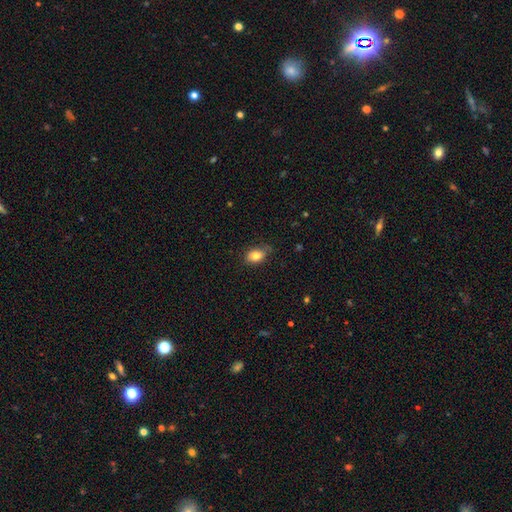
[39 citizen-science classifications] Smooth or featured?
  - smooth: 79% *
  - featured or disk: 13%
  - star or artifact: 8%
How rounded?
  - in between: 84% *
  - round: 16%
  - cigar-shaped: 0%
Merging?
  - none: 56% *
  - minor disturbance: 39%
  - major disturbance: 6%
  - merger: 0%